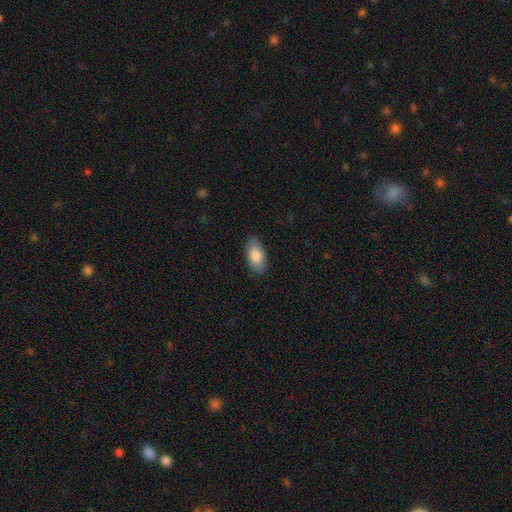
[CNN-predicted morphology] type=smooth (83%); roundness=in between (92%); merging=none (86%).